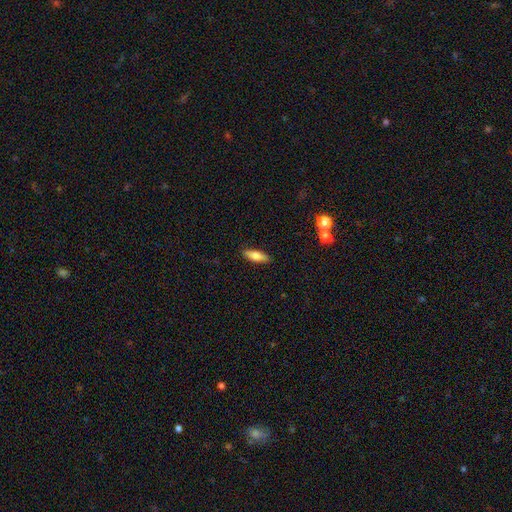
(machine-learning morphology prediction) Overall: smooth (78%). How rounded: in between (57%; cigar-shaped 41%). Merging: none (88%).